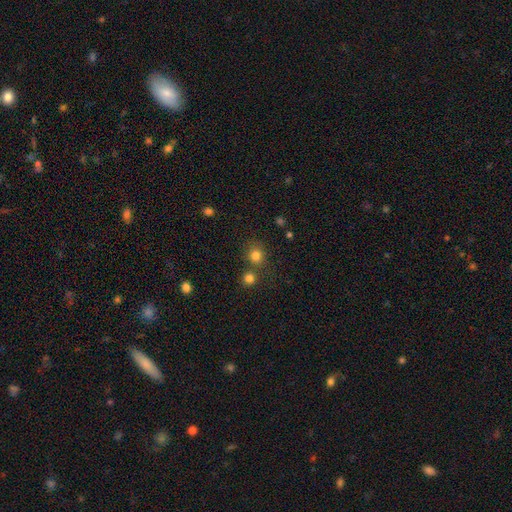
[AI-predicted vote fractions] smooth_or_featured: smooth (p=0.80) [alt: star or artifact p=0.15]
how_rounded: round (p=0.86) [alt: in between p=0.13]
merging: none (p=0.70) [alt: merger p=0.19]